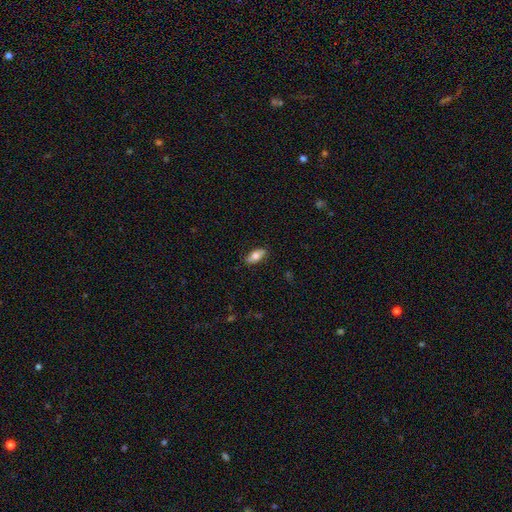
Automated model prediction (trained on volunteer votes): This appears to be a smooth galaxy with no disk features (76%) that is in between round and cigar-shaped (87%). Merging: none (83%).